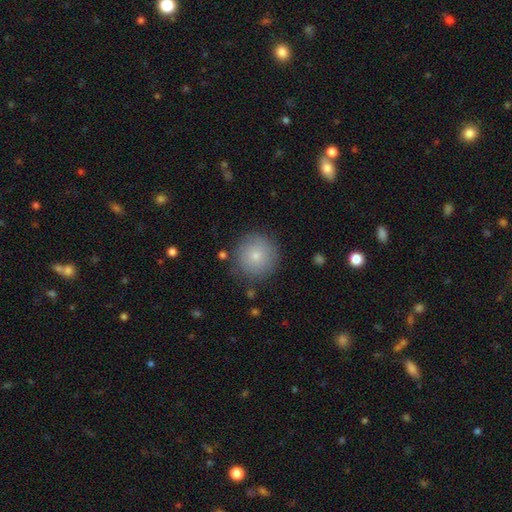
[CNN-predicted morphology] Smooth or featured? smooth (79%)
How rounded? round (95%)
Merging? none (85%)